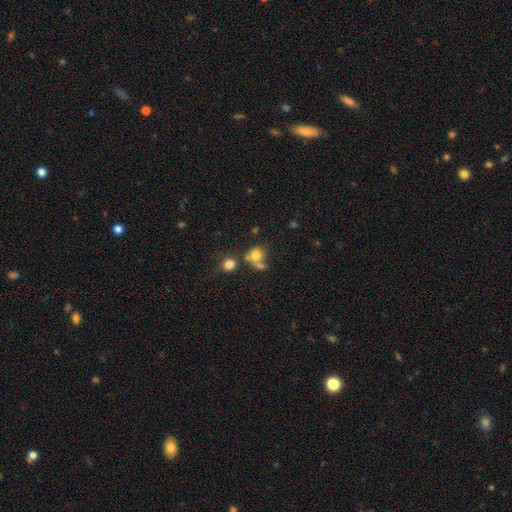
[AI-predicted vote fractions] Overall: smooth (72%). How rounded: round (76%). Merging: none (41%; merger 36%).